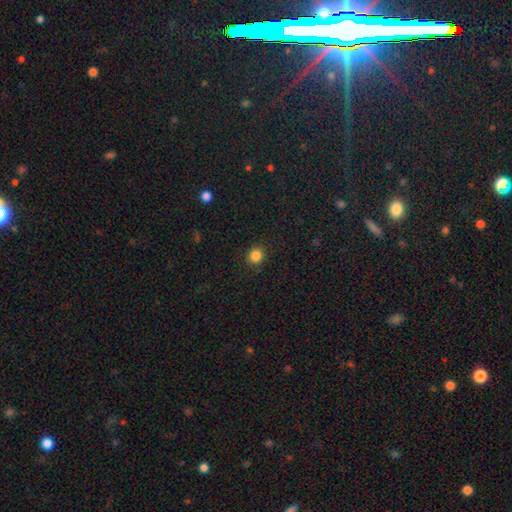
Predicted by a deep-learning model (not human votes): Smooth or featured: smooth — 84% (star or artifact — 12%)
How rounded: round — 86% (in between — 13%)
Merging: none — 89% (minor disturbance — 8%)